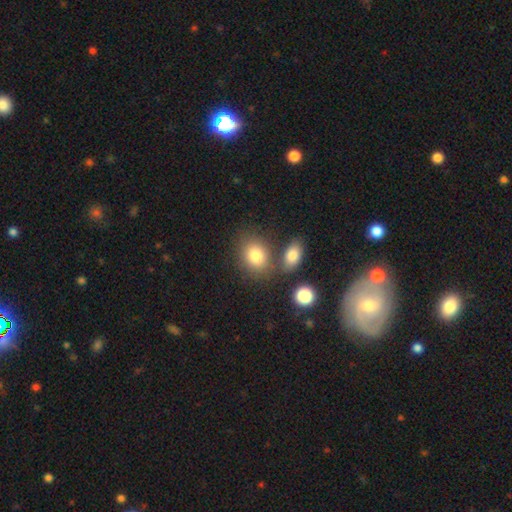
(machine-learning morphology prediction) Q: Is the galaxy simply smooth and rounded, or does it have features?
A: smooth — 80%.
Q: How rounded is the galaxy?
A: in between — 51%.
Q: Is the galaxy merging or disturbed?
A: none — 64%.